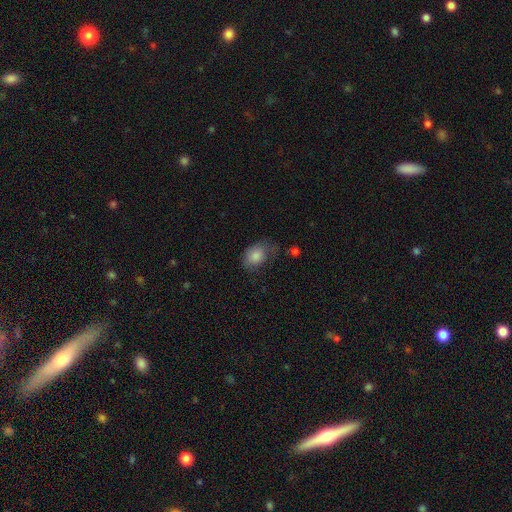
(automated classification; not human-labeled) Smooth or featured?
  - smooth: 81% *
  - featured or disk: 11%
  - star or artifact: 8%
How rounded?
  - in between: 72% *
  - round: 27%
  - cigar-shaped: 1%
Merging?
  - none: 46% *
  - minor disturbance: 33%
  - major disturbance: 18%
  - merger: 3%